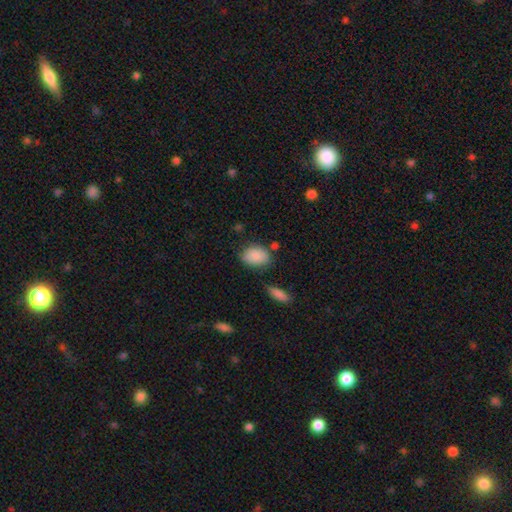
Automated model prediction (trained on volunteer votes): This is clearly a smooth galaxy (86%). How rounded: likely in between (79%). Merging: likely none (65%).